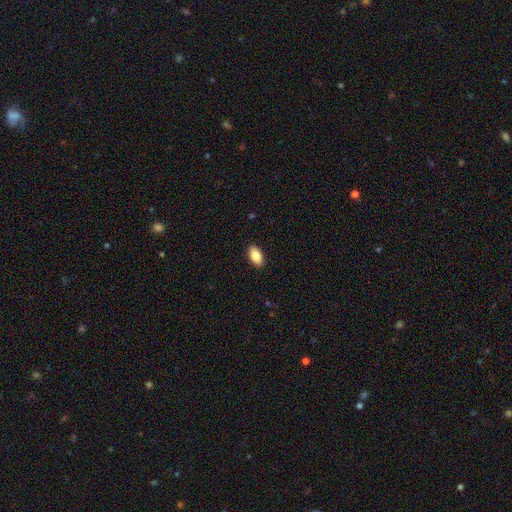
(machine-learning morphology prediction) Smooth or featured?
  - smooth: 85% *
  - featured or disk: 8%
  - star or artifact: 7%
How rounded?
  - in between: 93% *
  - round: 4%
  - cigar-shaped: 4%
Merging?
  - none: 90% *
  - minor disturbance: 7%
  - major disturbance: 2%
  - merger: 1%